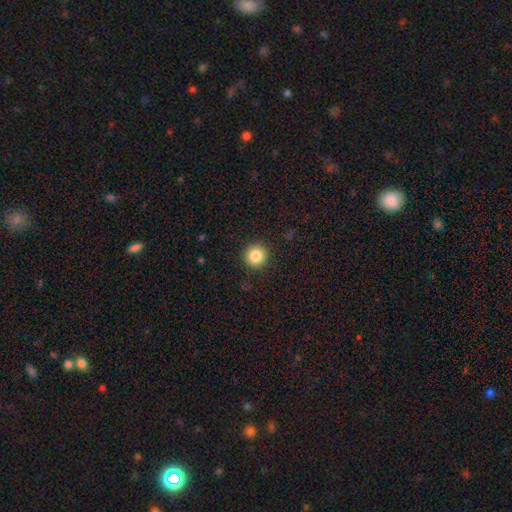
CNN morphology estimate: Smooth or featured: smooth — 85% (star or artifact — 10%)
How rounded: round — 95% (in between — 4%)
Merging: none — 92% (minor disturbance — 5%)